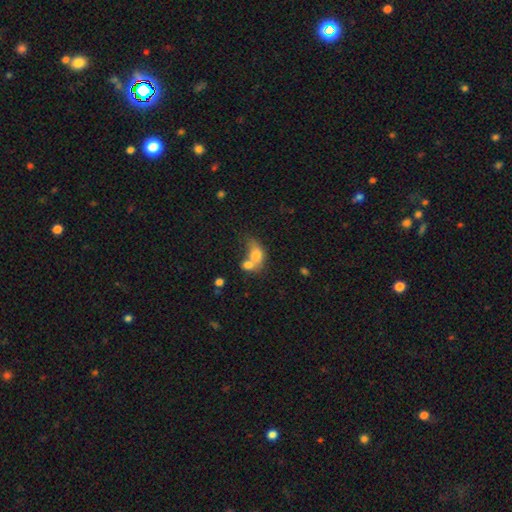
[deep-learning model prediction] The model was most divided on "merging": merger: 64%, none: 17%, minor disturbance: 10%, major disturbance: 9%. More confident: smooth or featured — smooth (73%); how rounded — in between (72%).